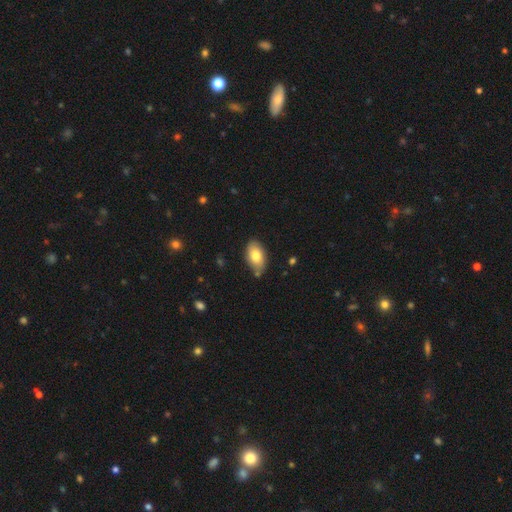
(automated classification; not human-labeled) A smooth galaxy with no disk features (79%) that is in between round and cigar-shaped (93%). Merging: none (79%).